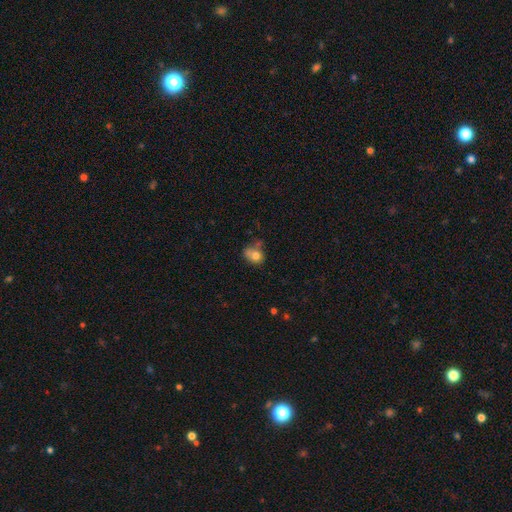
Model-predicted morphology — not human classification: A smooth galaxy with no disk features (73%) that is round (54%).

Vote fractions:
- Smooth or featured? smooth: 73% / featured or disk: 16% / star or artifact: 11%
- How rounded? round: 54% / in between: 45% / cigar-shaped: 1%
- Merging? none: 38% / minor disturbance: 27% / merger: 18% / major disturbance: 17%